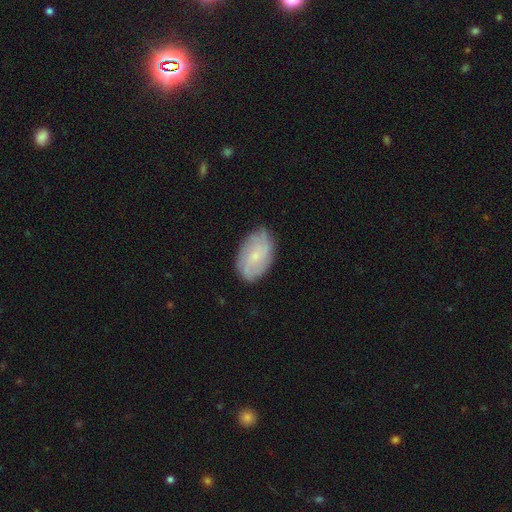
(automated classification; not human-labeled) Smooth or featured: featured or disk — 51% (smooth — 42%)
Edge-on disk: no — 95% (yes — 5%)
Merging: none — 76% (minor disturbance — 19%)